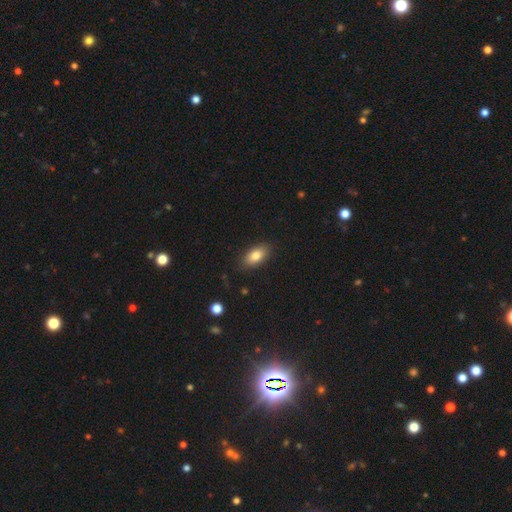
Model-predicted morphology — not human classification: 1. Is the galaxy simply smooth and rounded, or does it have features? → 81% smooth, 12% featured or disk, 8% star or artifact.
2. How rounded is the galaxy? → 88% in between, 7% cigar-shaped, 5% round.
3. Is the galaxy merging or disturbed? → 85% none, 11% minor disturbance, 3% major disturbance, 1% merger.